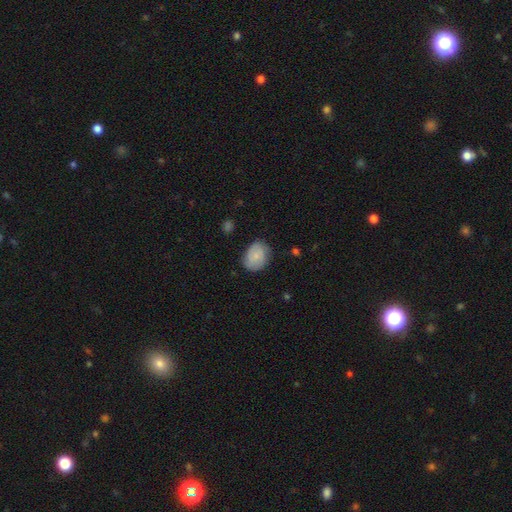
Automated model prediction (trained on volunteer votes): The model was most divided on "how rounded": in between: 60%, round: 39%, cigar-shaped: 1%. More confident: smooth or featured — smooth (75%); merging — none (73%).